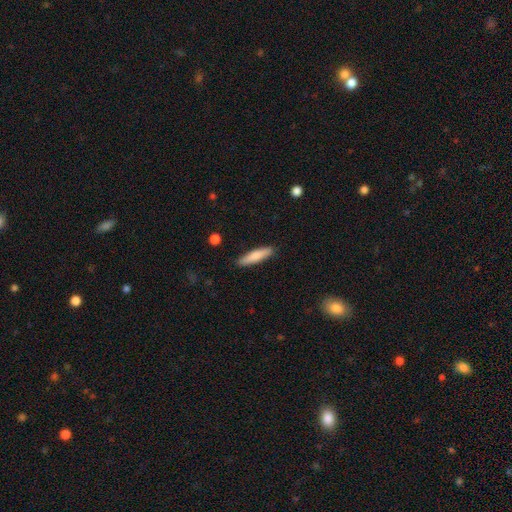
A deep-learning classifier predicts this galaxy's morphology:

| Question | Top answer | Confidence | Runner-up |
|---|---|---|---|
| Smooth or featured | smooth | 77% | featured or disk (17%) |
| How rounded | cigar-shaped | 81% | in between (18%) |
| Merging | none | 89% | minor disturbance (8%) |